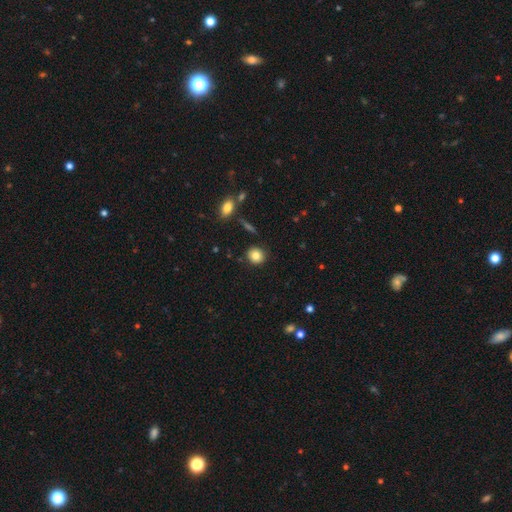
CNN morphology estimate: type=smooth (83%); roundness=round (84%); merging=none (88%).